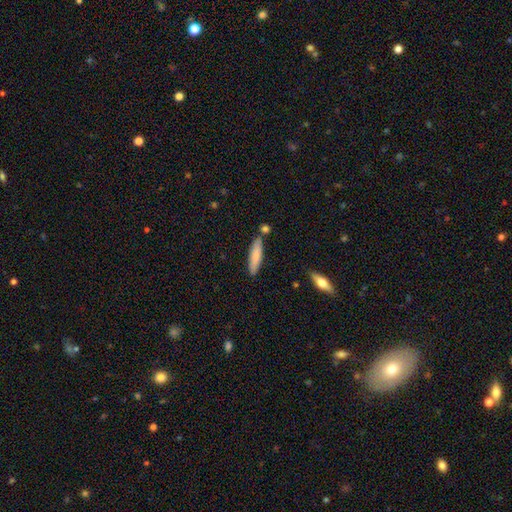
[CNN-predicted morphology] Smooth or featured? Predicted: smooth (p=0.76). How rounded? Predicted: cigar-shaped (p=0.76). Merging? Predicted: none (p=0.78).